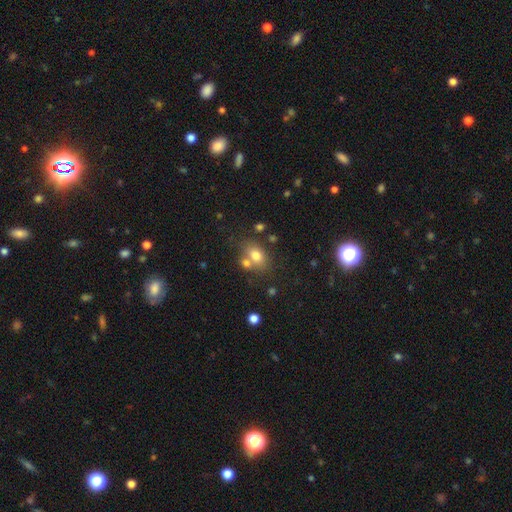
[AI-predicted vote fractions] Smooth or featured? smooth (75%)
How rounded? in between (73%)
Merging? none (53%)